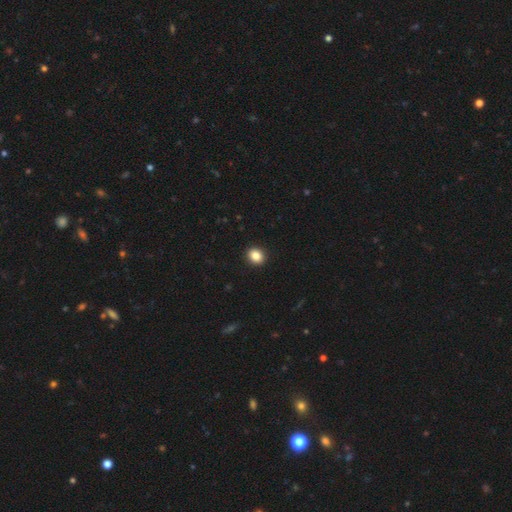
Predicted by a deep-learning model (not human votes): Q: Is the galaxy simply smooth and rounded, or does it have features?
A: smooth — 87%.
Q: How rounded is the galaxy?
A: round — 64%.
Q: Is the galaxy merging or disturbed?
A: none — 92%.